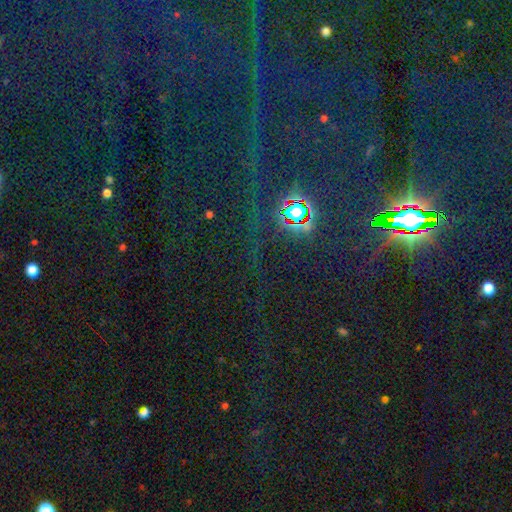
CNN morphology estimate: This is clearly a star or artifact rather than a galaxy (87%).